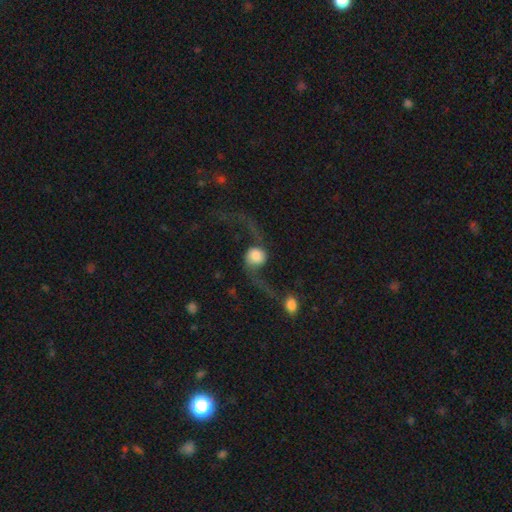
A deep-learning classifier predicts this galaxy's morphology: smooth_or_featured: featured or disk (p=0.69) [alt: smooth p=0.24]
disk_edge_on: no (p=0.91) [alt: yes p=0.09]
bar: no (p=0.71) [alt: weak p=0.21]
has_spiral_arms: yes (p=0.90) [alt: no p=0.10]
spiral_winding: loose (p=0.94) [alt: medium p=0.05]
spiral_arm_count: 2 (p=0.92) [alt: 1 p=0.04]
bulge_size: large (p=0.38) [alt: dominant p=0.29]
merging: none (p=0.42) [alt: major disturbance p=0.33]